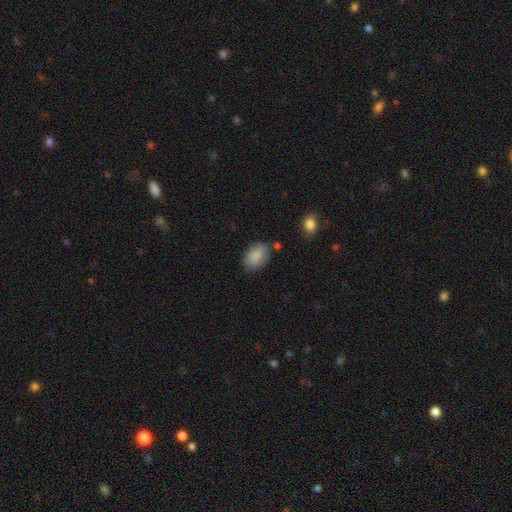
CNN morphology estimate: A smooth galaxy with no disk features (85%) that is in between round and cigar-shaped (88%).

Vote fractions:
- Smooth or featured? smooth: 85% / featured or disk: 8% / star or artifact: 7%
- How rounded? in between: 88% / round: 11% / cigar-shaped: 1%
- Merging? none: 68% / minor disturbance: 21% / major disturbance: 5% / merger: 5%